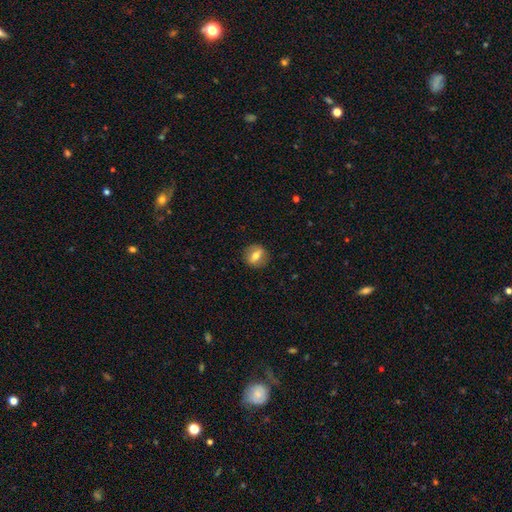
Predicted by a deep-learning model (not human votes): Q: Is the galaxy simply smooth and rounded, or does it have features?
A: smooth — 57%.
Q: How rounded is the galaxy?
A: round — 65%.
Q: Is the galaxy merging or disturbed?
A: none — 86%.